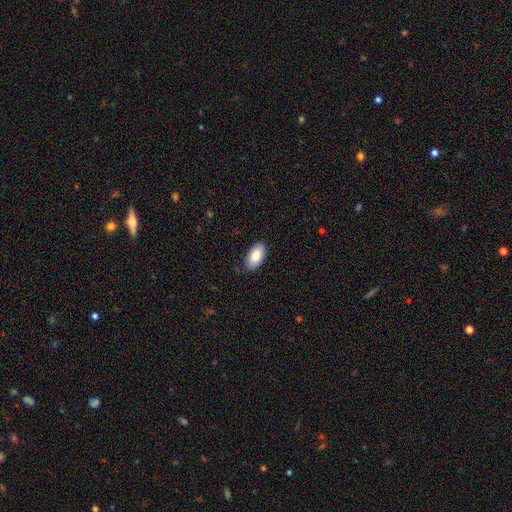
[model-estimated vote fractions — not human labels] A smooth galaxy with no disk features (86%) that is in between round and cigar-shaped (95%). Merging: none (85%).